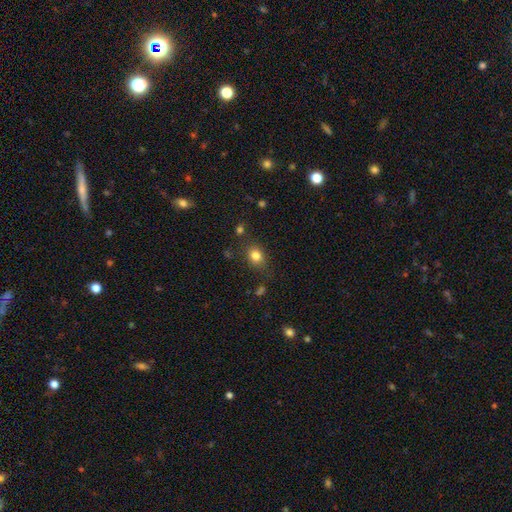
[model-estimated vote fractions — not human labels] smooth 82%, star or artifact 12%, featured or disk 7%. Down the decision tree: how rounded — round (53%); merging — none (77%).